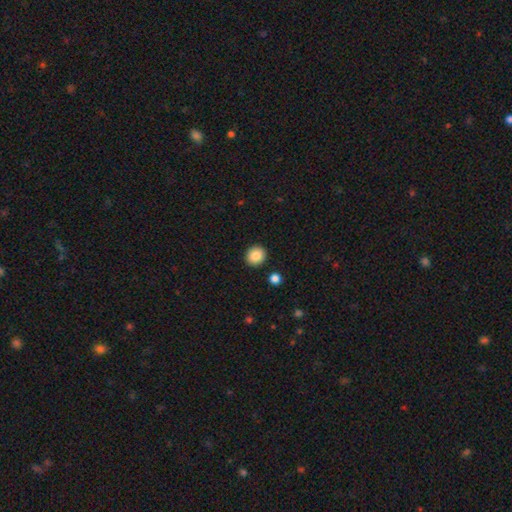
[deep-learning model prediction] The model was most divided on "how rounded": round: 85%, in between: 14%, cigar-shaped: 1%. More confident: merging — none (91%); smooth or featured — smooth (87%).